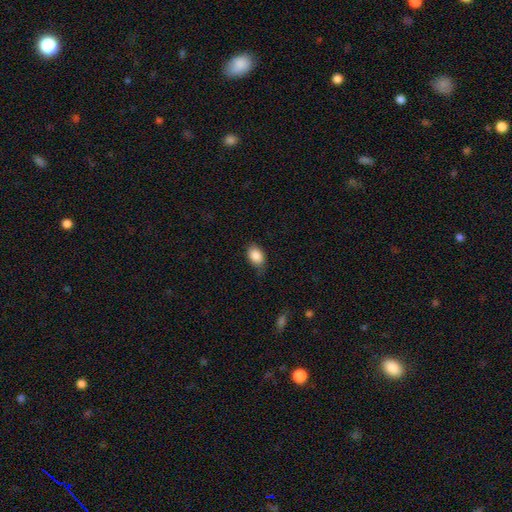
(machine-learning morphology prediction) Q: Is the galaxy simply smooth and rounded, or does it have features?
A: smooth — 88%.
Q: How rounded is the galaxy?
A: in between — 85%.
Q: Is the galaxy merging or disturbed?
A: none — 71%.